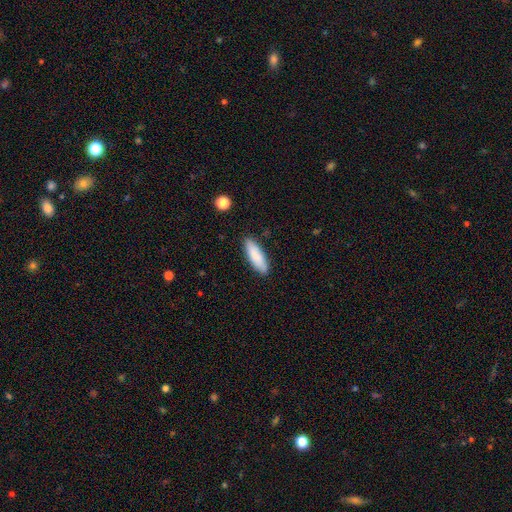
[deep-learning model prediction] smooth-or-featured: smooth: 87% | featured or disk: 8% | star or artifact: 6%
  how-rounded: cigar-shaped: 50% | in between: 49% | round: 2%
  merging: none: 86% | minor disturbance: 11% | major disturbance: 2% | merger: 1%